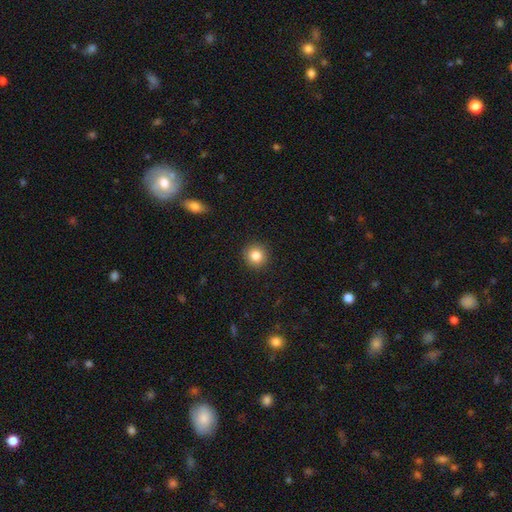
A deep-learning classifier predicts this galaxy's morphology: A smooth galaxy with no disk features (84%) that is round (94%). Merging: none (92%).